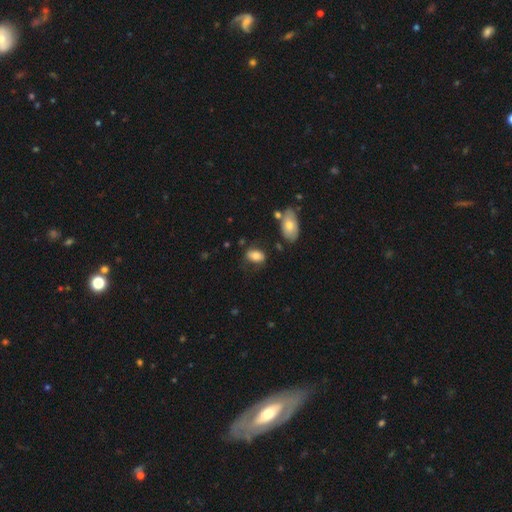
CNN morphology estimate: Smooth or featured? Predicted: smooth (p=0.77). How rounded? Predicted: in between (p=0.88). Merging? Predicted: none (p=0.67).